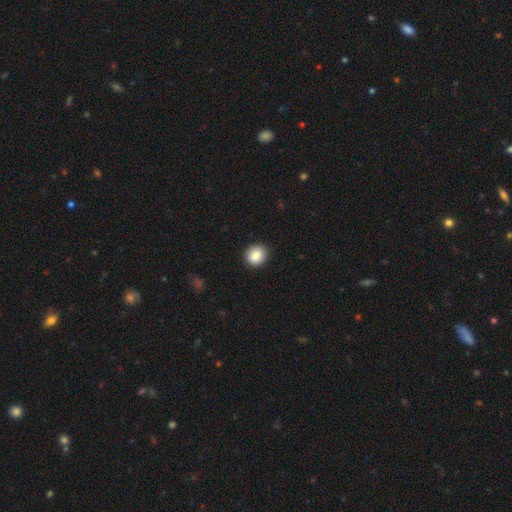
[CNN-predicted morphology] A smooth galaxy with no disk features (85%) that is round (77%). Merging: none (90%).